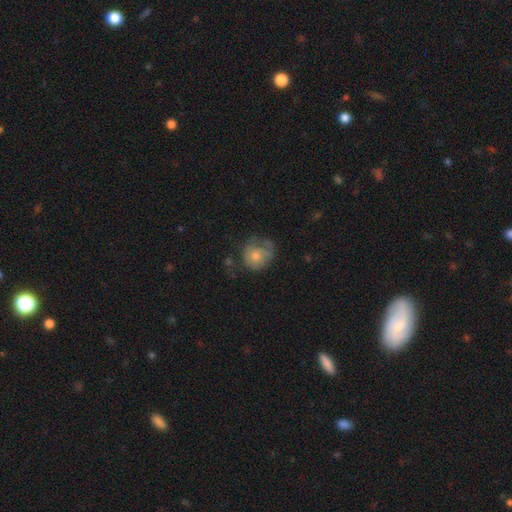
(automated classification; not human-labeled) smooth_or_featured: smooth (p=0.52) [alt: featured or disk p=0.38]
how_rounded: round (p=0.76) [alt: in between p=0.23]
merging: none (p=0.47) [alt: minor disturbance p=0.28]